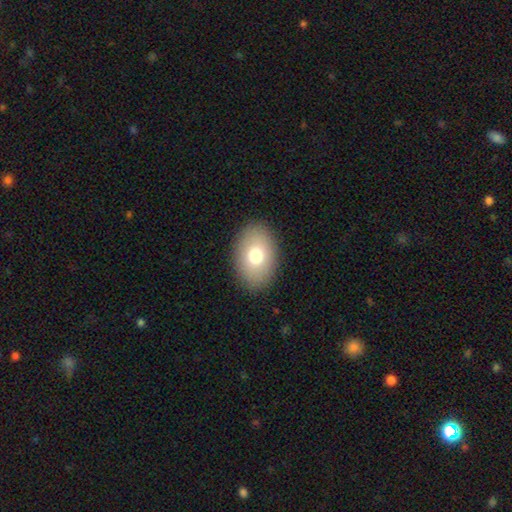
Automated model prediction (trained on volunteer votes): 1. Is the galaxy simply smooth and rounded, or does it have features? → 76% smooth, 15% featured or disk, 8% star or artifact.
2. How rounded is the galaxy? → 85% in between, 13% round, 1% cigar-shaped.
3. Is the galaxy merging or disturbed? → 88% none, 8% minor disturbance, 3% major disturbance, 1% merger.